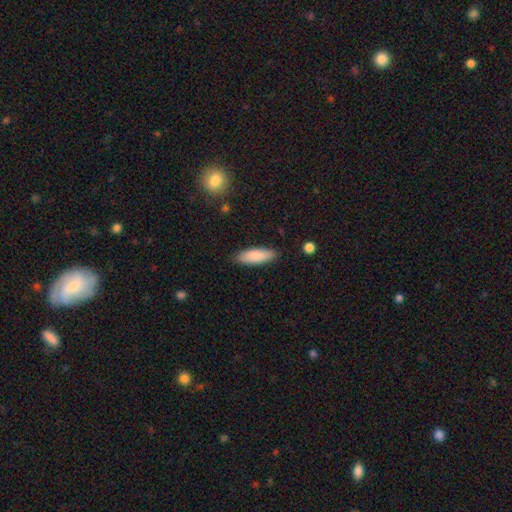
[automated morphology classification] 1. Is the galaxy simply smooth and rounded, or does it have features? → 87% smooth, 7% featured or disk, 6% star or artifact.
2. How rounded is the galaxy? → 58% in between, 40% cigar-shaped, 2% round.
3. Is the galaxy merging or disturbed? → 86% none, 10% minor disturbance, 2% major disturbance, 1% merger.